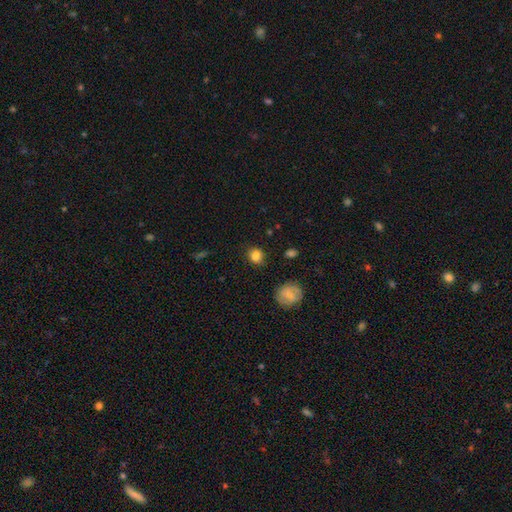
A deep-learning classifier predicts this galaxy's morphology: Q: Smooth or featured?
A: smooth (83%); runner-up: star or artifact (10%)
Q: How rounded?
A: round (77%); runner-up: in between (22%)
Q: Merging?
A: none (84%); runner-up: minor disturbance (11%)